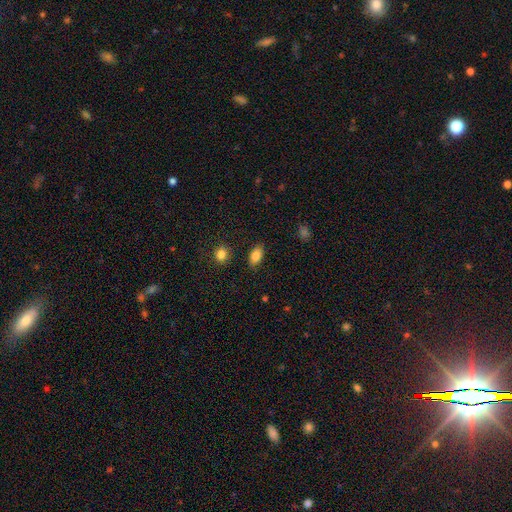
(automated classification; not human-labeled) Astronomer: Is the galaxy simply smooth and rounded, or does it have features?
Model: smooth — 84%.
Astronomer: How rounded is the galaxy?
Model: in between — 89%.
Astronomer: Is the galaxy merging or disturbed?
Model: none — 85%.